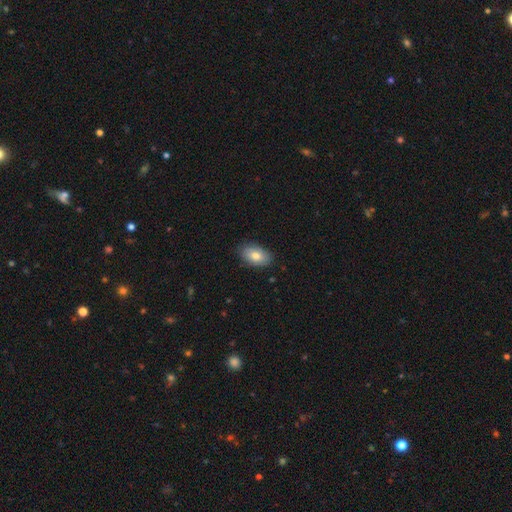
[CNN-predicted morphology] The model was most divided on "smooth or featured": smooth: 79%, featured or disk: 14%, star or artifact: 7%. More confident: how rounded — in between (91%); merging — none (84%).